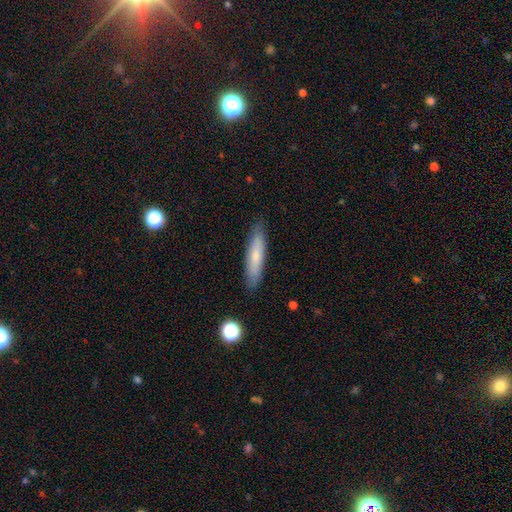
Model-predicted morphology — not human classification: A smooth galaxy with no disk features (72%) that is cigar-shaped (84%).

Vote fractions:
- Smooth or featured? smooth: 72% / featured or disk: 22% / star or artifact: 7%
- How rounded? cigar-shaped: 84% / in between: 15% / round: 1%
- Merging? none: 88% / minor disturbance: 9% / major disturbance: 2% / merger: 1%